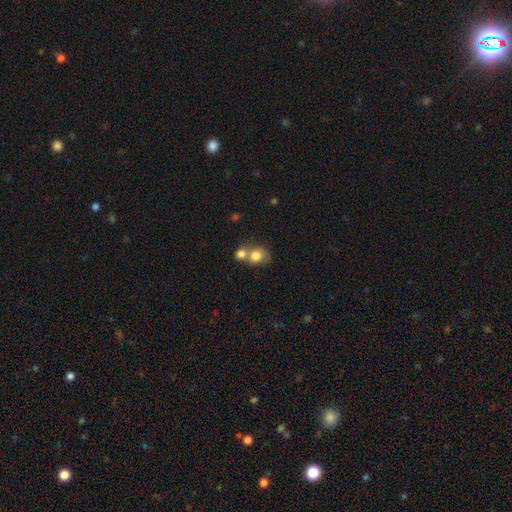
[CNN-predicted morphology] Smooth or featured? Predicted: smooth (p=0.78). How rounded? Predicted: round (p=0.67). Merging? Predicted: merger (p=0.57).